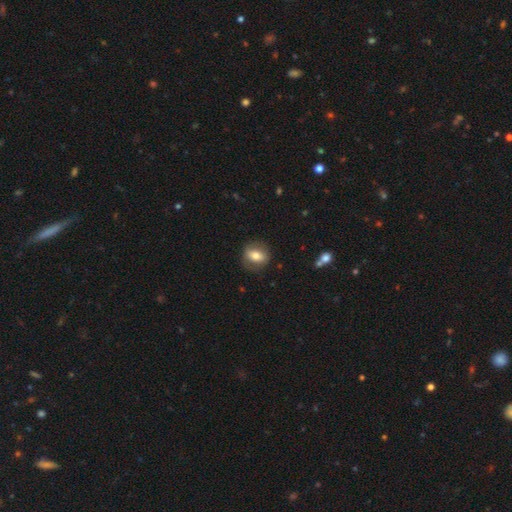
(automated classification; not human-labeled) Smooth or featured: smooth — 65% (featured or disk — 27%)
How rounded: in between — 53% (round — 44%)
Merging: none — 81% (minor disturbance — 13%)